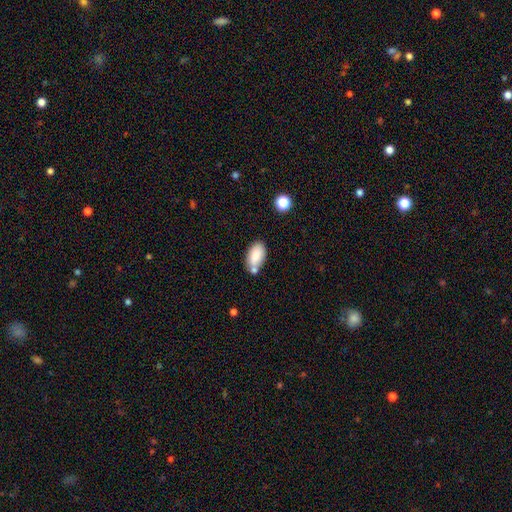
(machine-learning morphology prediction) type=smooth (85%); roundness=in between (93%); merging=none (60%).